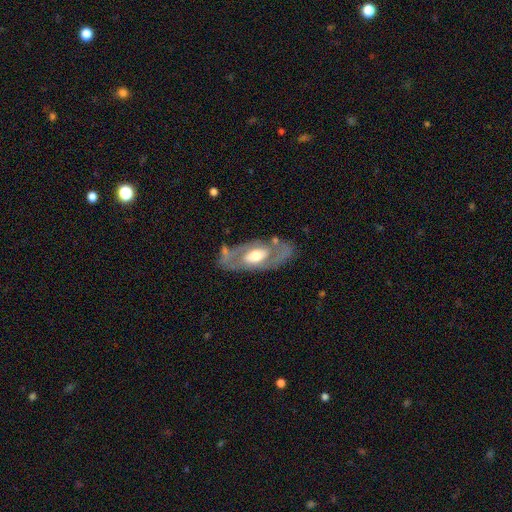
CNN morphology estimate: A featured or disk galaxy (70%) with no bar (58%), no spiral arms (54%) and a moderate central bulge (66%). Merging: none (70%).